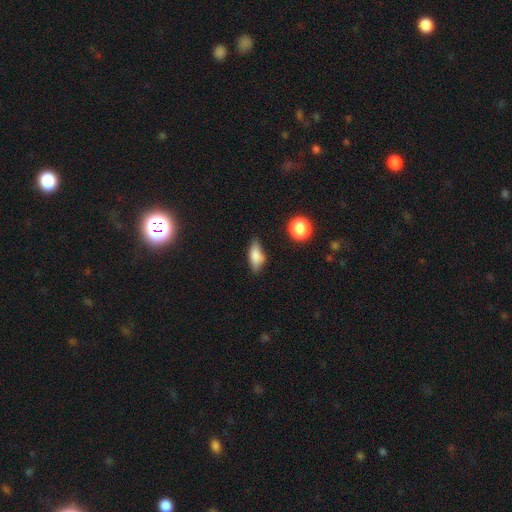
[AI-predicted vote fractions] smooth-or-featured: smooth: 72% | featured or disk: 19% | star or artifact: 9%
  how-rounded: in between: 73% | cigar-shaped: 22% | round: 5%
  merging: none: 69% | minor disturbance: 23% | major disturbance: 5% | merger: 3%